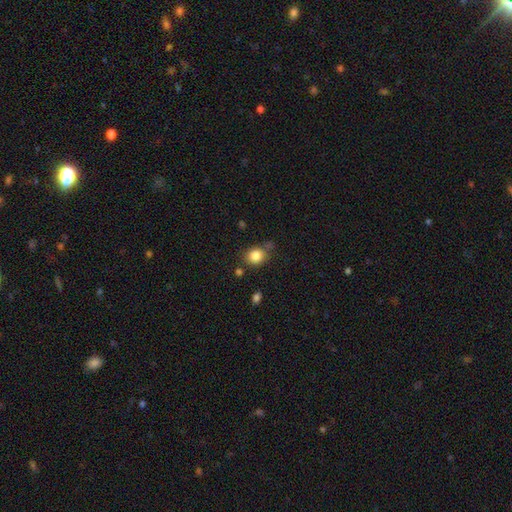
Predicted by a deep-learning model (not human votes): smooth 84%, star or artifact 10%, featured or disk 6%. Down the decision tree: how rounded — round (66%); merging — none (69%).